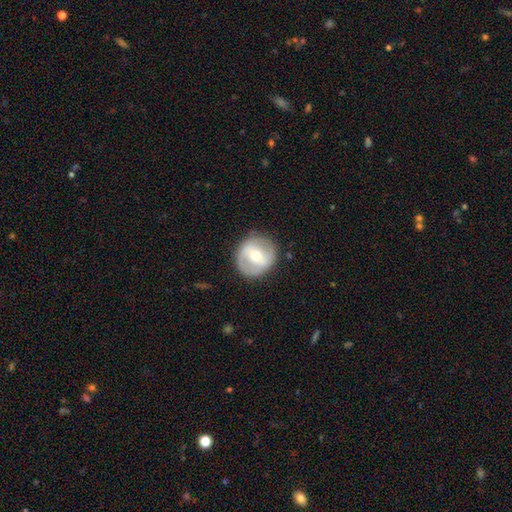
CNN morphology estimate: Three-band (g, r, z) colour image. It shows a featured or disk galaxy (56%) with a weak bar (39%), no spiral arms (54%) and a moderate central bulge (72%). Merging: none (83%).